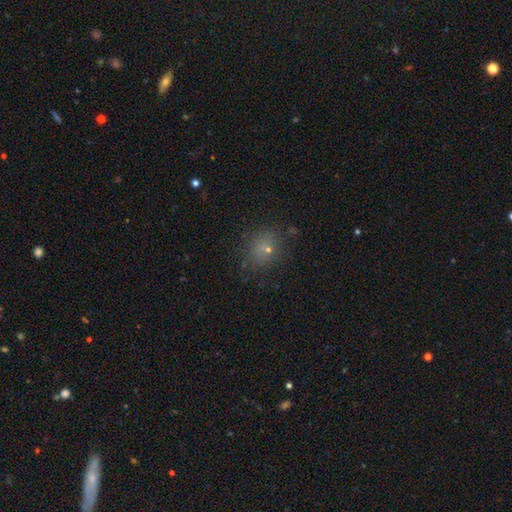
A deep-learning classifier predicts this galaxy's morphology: smooth-or-featured: smooth: 64% | star or artifact: 24% | featured or disk: 12%
  how-rounded: round: 72% | in between: 27% | cigar-shaped: 1%
  merging: none: 77% | minor disturbance: 14% | major disturbance: 7% | merger: 3%